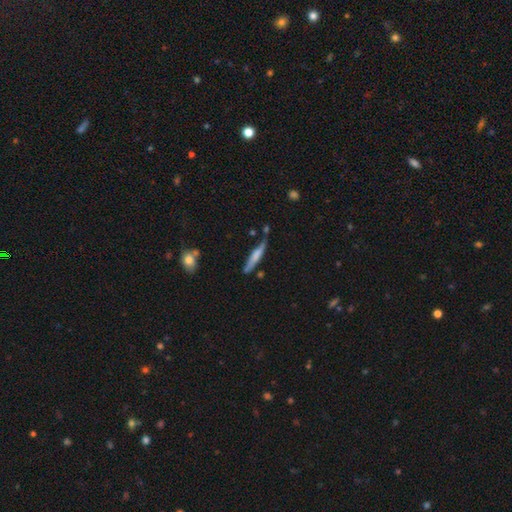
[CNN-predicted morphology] type=smooth (54%); roundness=cigar-shaped (90%); merging=none (64%).